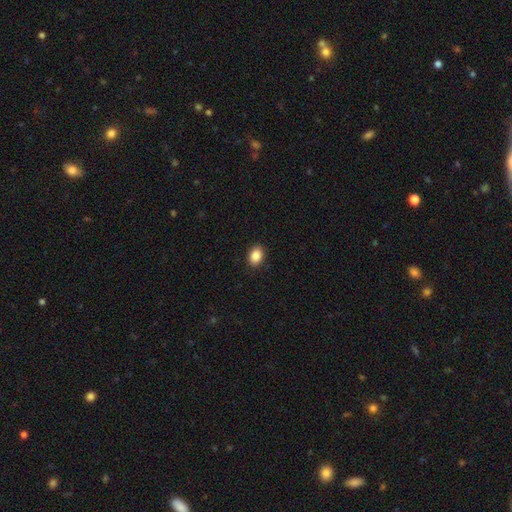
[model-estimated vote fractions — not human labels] The model was most divided on "how rounded": in between: 76%, round: 22%, cigar-shaped: 1%. More confident: merging — none (90%); smooth or featured — smooth (87%).